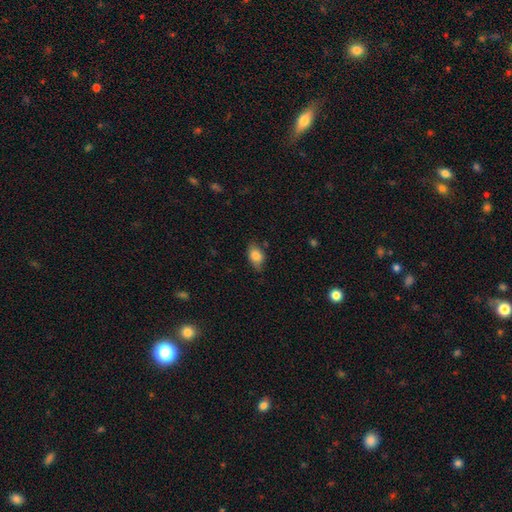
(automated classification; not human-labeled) A smooth galaxy with no disk features (81%) that is in between round and cigar-shaped (83%).

Vote fractions:
- Smooth or featured? smooth: 81% / featured or disk: 11% / star or artifact: 8%
- How rounded? in between: 83% / round: 14% / cigar-shaped: 3%
- Merging? none: 69% / minor disturbance: 25% / major disturbance: 5% / merger: 2%